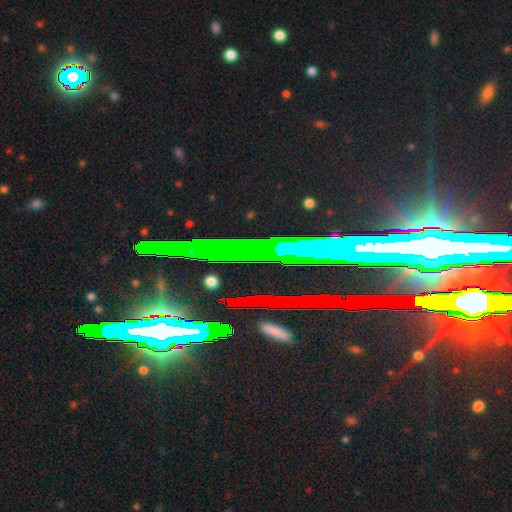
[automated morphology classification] Smooth or featured? Predicted: star or artifact (p=0.75).